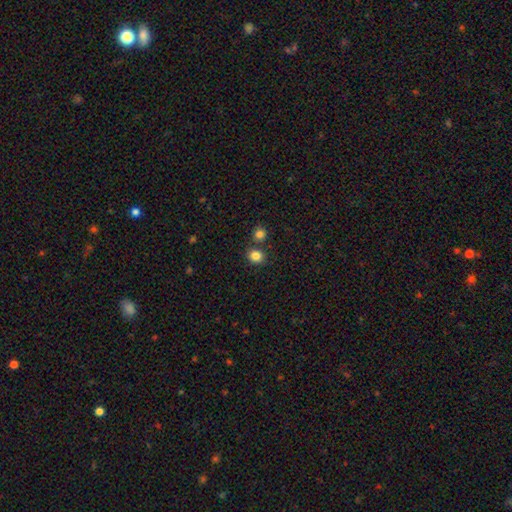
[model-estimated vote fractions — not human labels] Morphology: type=smooth (84%); roundness=round (76%); merging=none (75%).